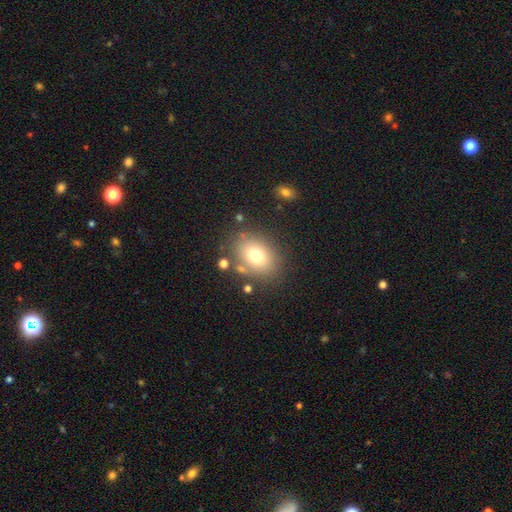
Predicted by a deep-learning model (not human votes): A smooth galaxy with no disk features (74%) that is in between round and cigar-shaped (63%). Merging: none (77%).